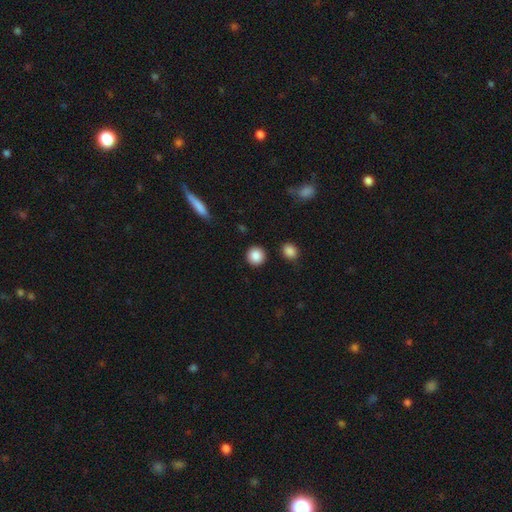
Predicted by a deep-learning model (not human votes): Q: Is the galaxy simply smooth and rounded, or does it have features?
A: smooth — 88%.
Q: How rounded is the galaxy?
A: round — 93%.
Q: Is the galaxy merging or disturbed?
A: none — 90%.